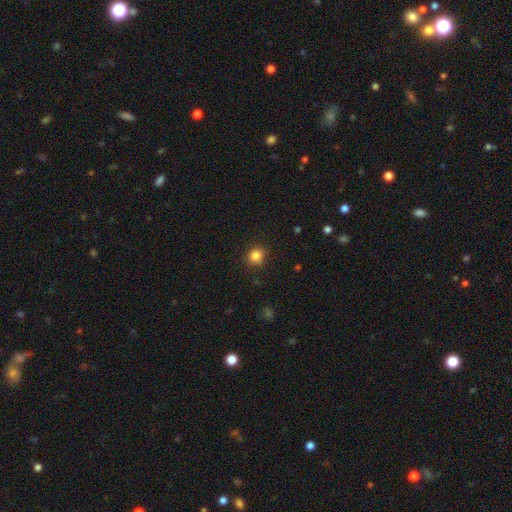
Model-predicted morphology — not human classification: This is clearly a smooth galaxy (84%). How rounded: clearly round (85%). Merging: clearly none (87%).